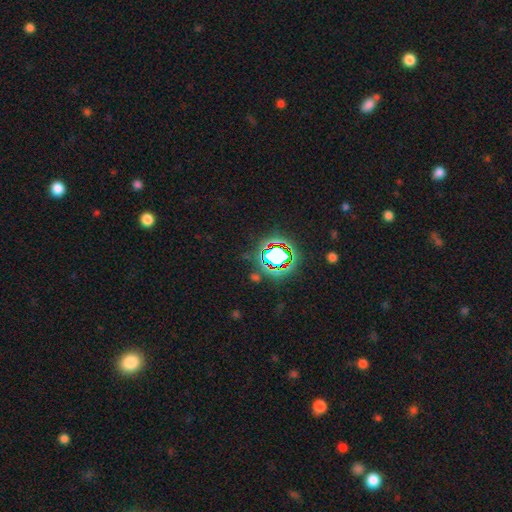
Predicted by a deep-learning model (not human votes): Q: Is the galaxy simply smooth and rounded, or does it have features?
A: star or artifact — 80%.